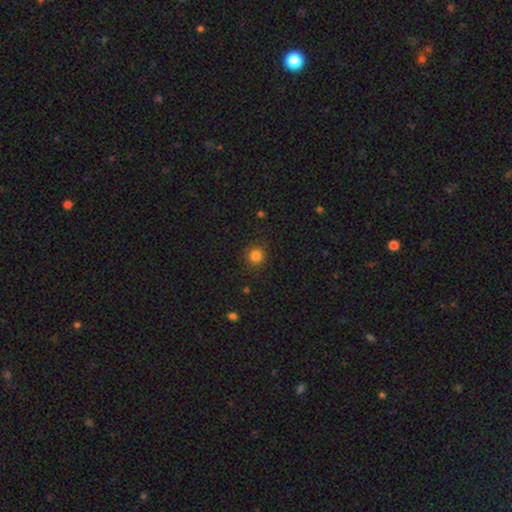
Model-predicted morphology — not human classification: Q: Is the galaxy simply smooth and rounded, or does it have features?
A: smooth — 83%.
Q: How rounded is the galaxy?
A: round — 94%.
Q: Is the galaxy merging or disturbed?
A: none — 90%.